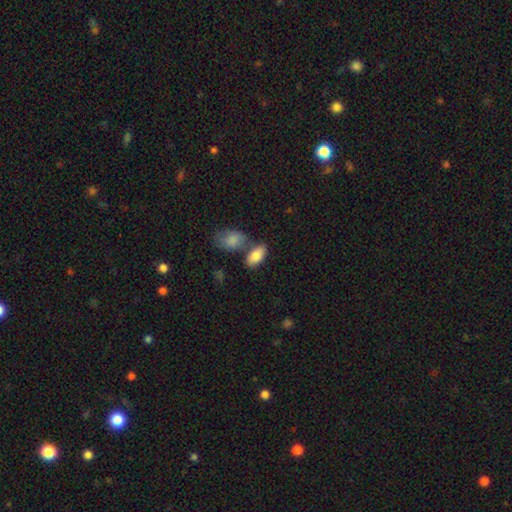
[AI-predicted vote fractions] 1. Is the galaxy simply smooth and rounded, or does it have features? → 83% smooth, 10% featured or disk, 7% star or artifact.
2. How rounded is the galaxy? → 92% in between, 4% round, 4% cigar-shaped.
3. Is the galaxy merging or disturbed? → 62% none, 21% merger, 13% minor disturbance, 4% major disturbance.